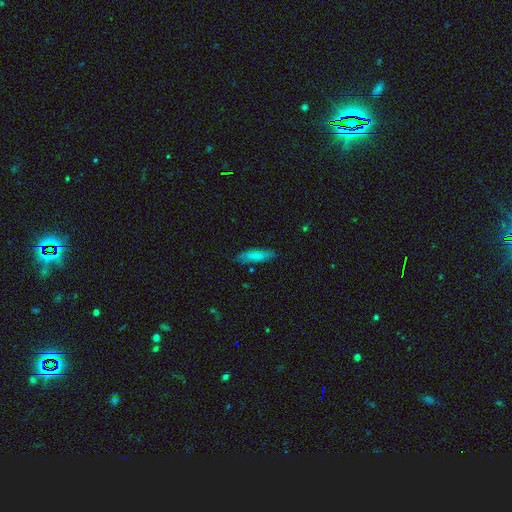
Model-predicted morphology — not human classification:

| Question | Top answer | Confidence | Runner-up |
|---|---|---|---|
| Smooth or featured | smooth | 73% | featured or disk (19%) |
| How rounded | cigar-shaped | 66% | in between (32%) |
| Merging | none | 76% | minor disturbance (18%) |